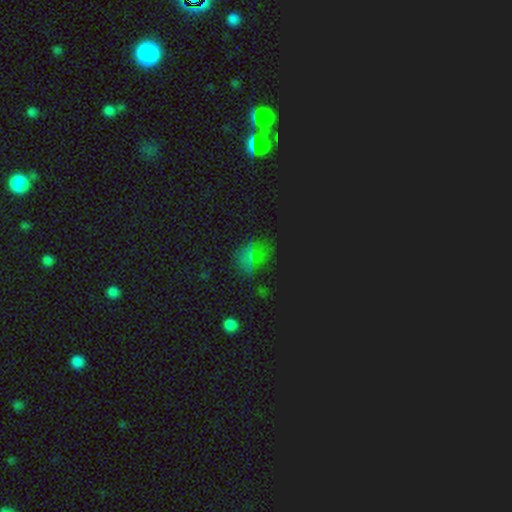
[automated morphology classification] Smooth or featured: star or artifact — 54% (smooth — 37%)